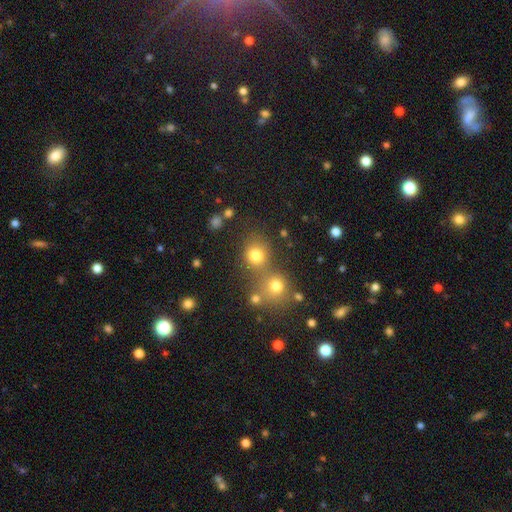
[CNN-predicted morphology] Smooth or featured? Predicted: smooth (p=0.77). How rounded? Predicted: round (p=0.80). Merging? Predicted: none (p=0.56).